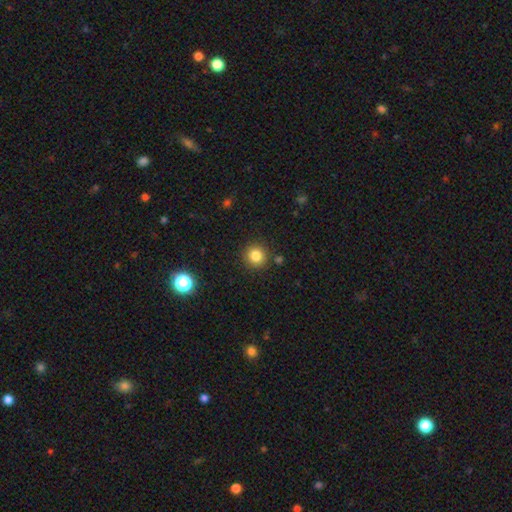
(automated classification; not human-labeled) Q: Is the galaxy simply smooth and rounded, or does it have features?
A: smooth — 83%.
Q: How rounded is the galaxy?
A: round — 92%.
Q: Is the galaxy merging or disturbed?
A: none — 88%.